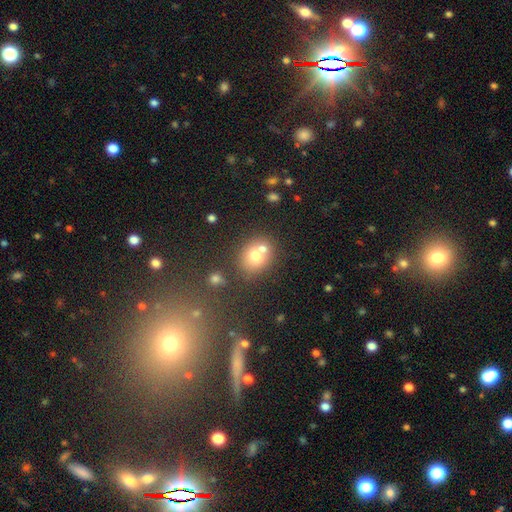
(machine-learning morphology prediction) smooth 70%, featured or disk 18%, star or artifact 12%. Down the decision tree: how rounded — round (67%); merging — merger (43%, tied with none).